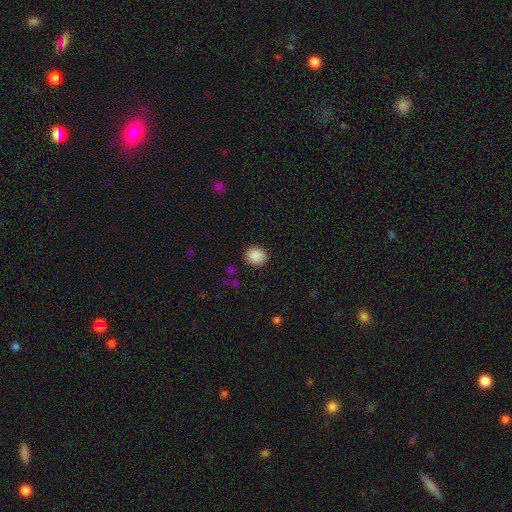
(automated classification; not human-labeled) smooth_or_featured: smooth (p=0.89) [alt: star or artifact p=0.08]
how_rounded: round (p=0.81) [alt: in between p=0.18]
merging: none (p=0.89) [alt: minor disturbance p=0.07]